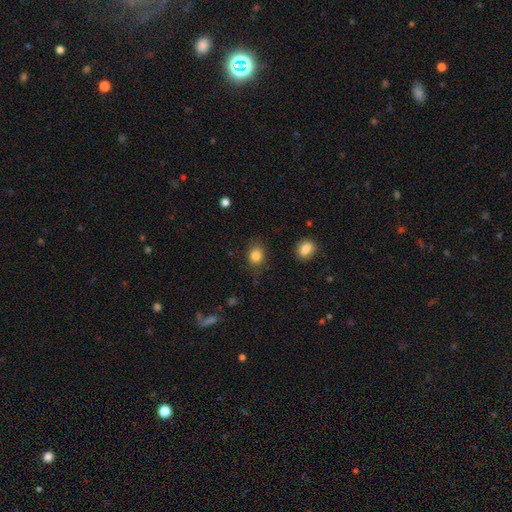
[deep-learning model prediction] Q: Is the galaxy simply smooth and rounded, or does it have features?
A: smooth — 84%.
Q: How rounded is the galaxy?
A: round — 51%.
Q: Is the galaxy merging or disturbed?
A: none — 77%.